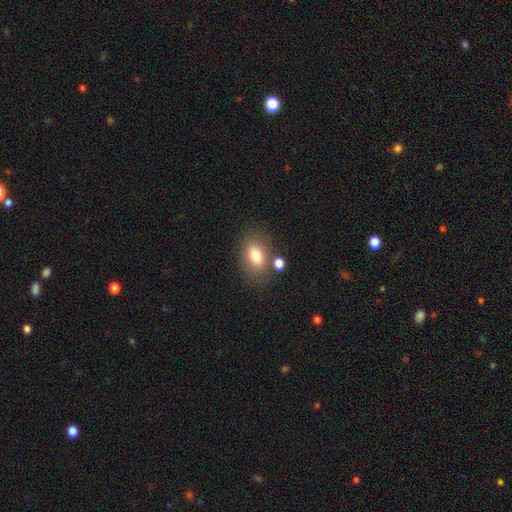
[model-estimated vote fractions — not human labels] This is likely a smooth galaxy (78%). How rounded: clearly in between (83%). Merging: likely none (71%).